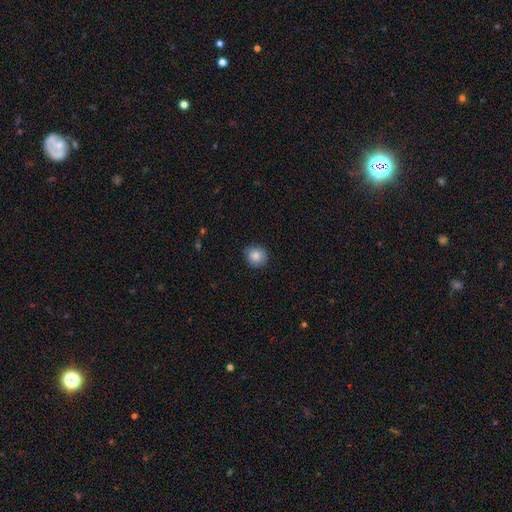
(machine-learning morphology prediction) Smooth or featured? Predicted: smooth (p=0.84). How rounded? Predicted: round (p=0.87). Merging? Predicted: none (p=0.84).